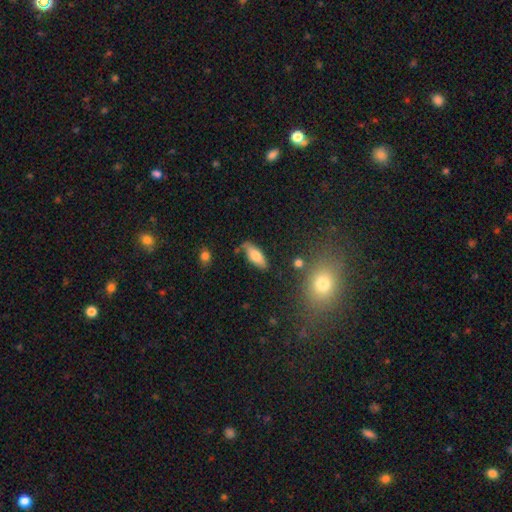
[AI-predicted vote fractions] This is likely a smooth galaxy (73%). How rounded: likely in between (71%). Merging: likely none (72%).